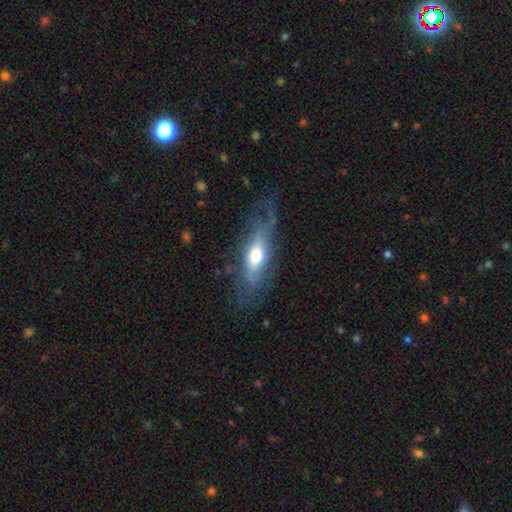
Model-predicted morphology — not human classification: A smooth galaxy with no disk features (47%).

Vote fractions:
- Smooth or featured? smooth: 47% / featured or disk: 46% / star or artifact: 7%
- Merging? none: 52% / minor disturbance: 24% / major disturbance: 22% / merger: 2%